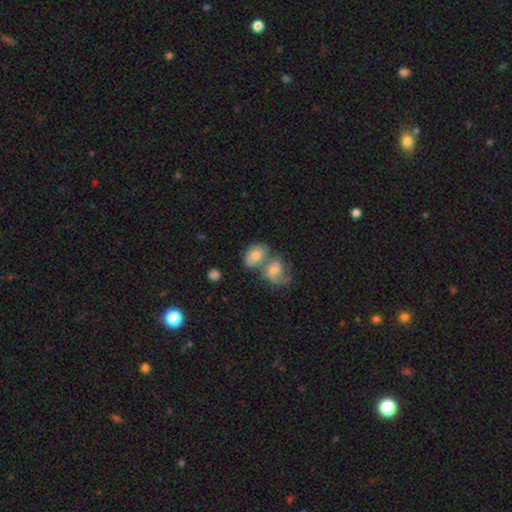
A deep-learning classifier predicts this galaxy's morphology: smooth-or-featured: smooth: 62% | featured or disk: 30% | star or artifact: 9%
  how-rounded: in between: 75% | round: 23% | cigar-shaped: 2%
  merging: merger: 57% | none: 27% | minor disturbance: 10% | major disturbance: 6%